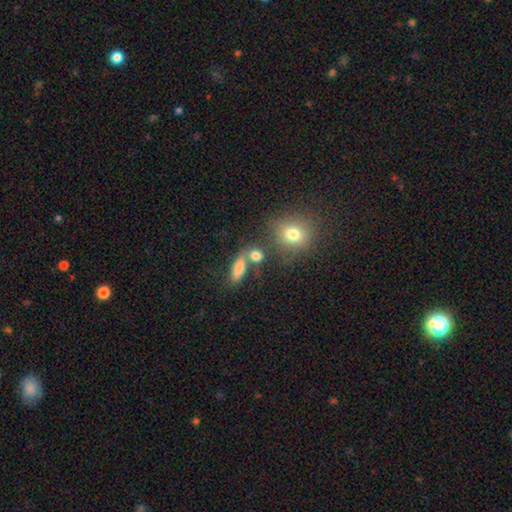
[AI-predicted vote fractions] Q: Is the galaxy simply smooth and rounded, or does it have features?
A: smooth — 77%.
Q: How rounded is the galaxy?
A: in between — 46%.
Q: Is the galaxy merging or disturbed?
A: none — 50%.